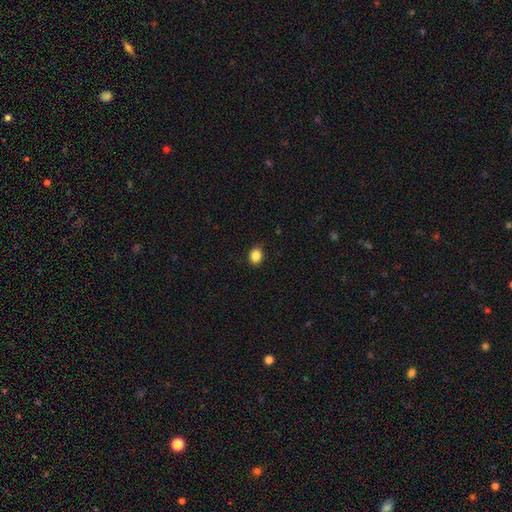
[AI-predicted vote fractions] smooth_or_featured: smooth (p=0.86) [alt: star or artifact p=0.10]
how_rounded: round (p=0.53) [alt: in between p=0.46]
merging: none (p=0.85) [alt: minor disturbance p=0.12]